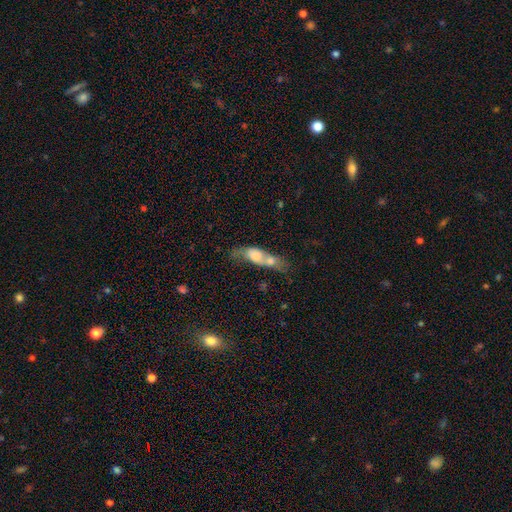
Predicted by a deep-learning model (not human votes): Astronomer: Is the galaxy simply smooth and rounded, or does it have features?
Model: smooth — 58% (runner-up: featured or disk, 34%).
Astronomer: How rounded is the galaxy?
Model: in between — 60%.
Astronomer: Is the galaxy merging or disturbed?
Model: merger — 58%.